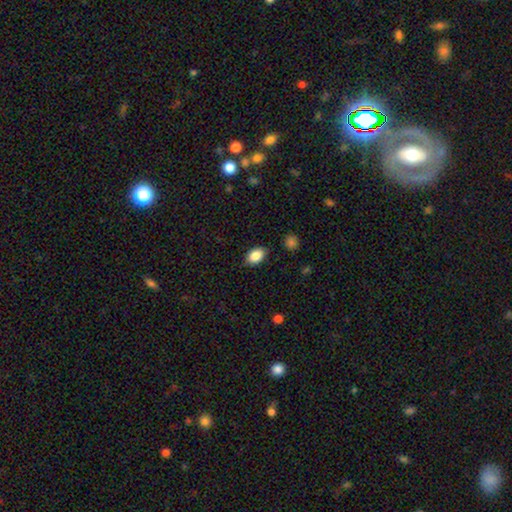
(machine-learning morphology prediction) Smooth or featured?
  - smooth: 86% *
  - star or artifact: 8%
  - featured or disk: 6%
How rounded?
  - in between: 85% *
  - round: 14%
  - cigar-shaped: 1%
Merging?
  - none: 84% *
  - minor disturbance: 12%
  - major disturbance: 3%
  - merger: 1%